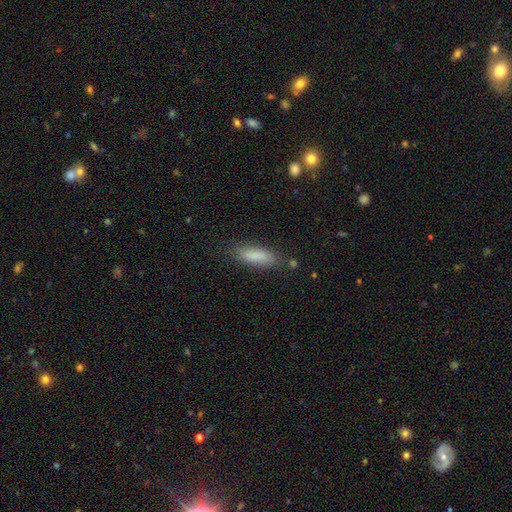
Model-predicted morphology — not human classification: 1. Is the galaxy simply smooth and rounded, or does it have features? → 85% smooth, 8% featured or disk, 7% star or artifact.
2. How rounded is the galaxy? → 50% cigar-shaped, 48% in between, 2% round.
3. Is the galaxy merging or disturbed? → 82% none, 13% minor disturbance, 3% major disturbance, 2% merger.